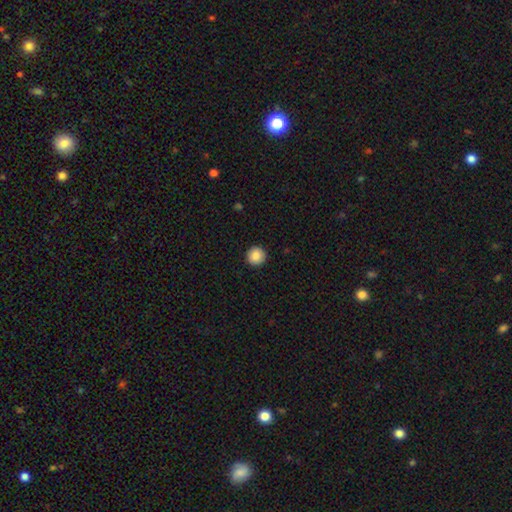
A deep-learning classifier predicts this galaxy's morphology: This is clearly a smooth galaxy (87%). How rounded: clearly round (95%). Merging: clearly none (93%).